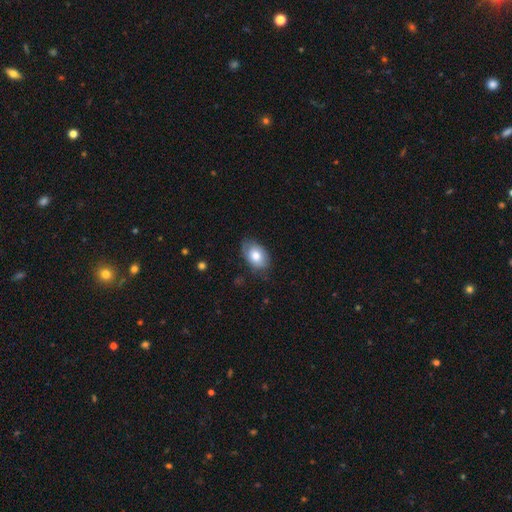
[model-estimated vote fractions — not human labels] Smooth or featured?
  - smooth: 77% *
  - featured or disk: 16%
  - star or artifact: 7%
How rounded?
  - in between: 89% *
  - round: 10%
  - cigar-shaped: 1%
Merging?
  - none: 72% *
  - minor disturbance: 22%
  - major disturbance: 4%
  - merger: 1%